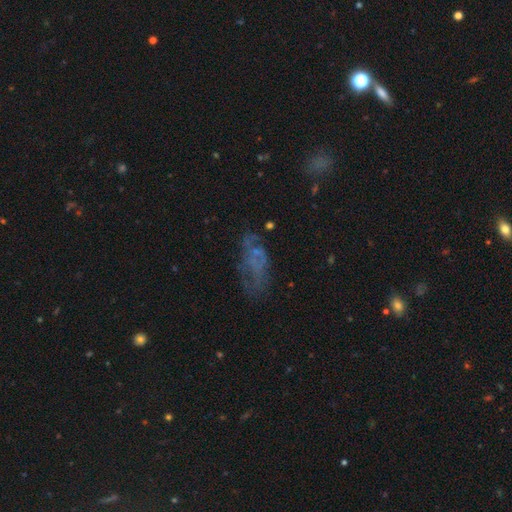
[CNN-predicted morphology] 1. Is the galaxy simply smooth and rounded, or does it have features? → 47% featured or disk, 34% smooth, 19% star or artifact.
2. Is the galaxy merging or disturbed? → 49% none, 24% major disturbance, 22% minor disturbance, 5% merger.